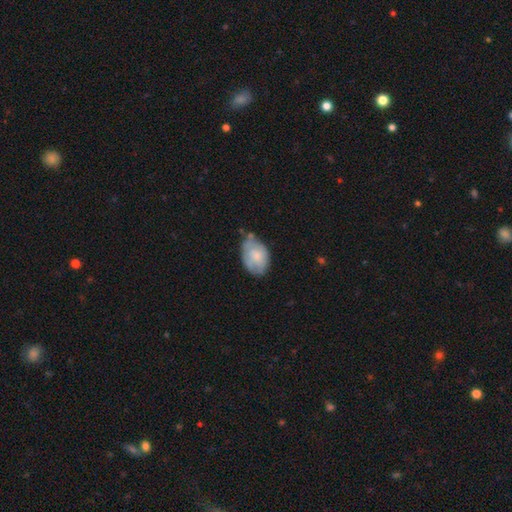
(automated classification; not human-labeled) A smooth galaxy with no disk features (61%) that is in between round and cigar-shaped (87%). Merging: none (50%).